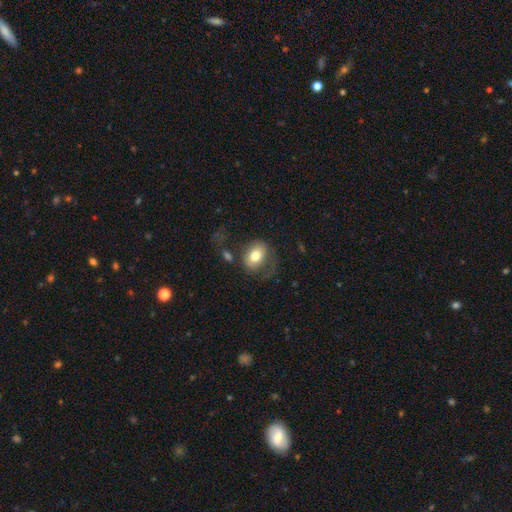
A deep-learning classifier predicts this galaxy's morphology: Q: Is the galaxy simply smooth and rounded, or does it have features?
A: smooth — 72%.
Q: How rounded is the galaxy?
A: in between — 64%.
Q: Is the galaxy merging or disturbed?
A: none — 50%.